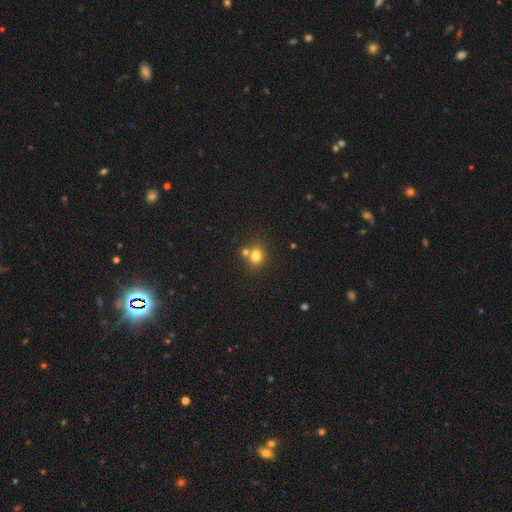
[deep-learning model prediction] Smooth or featured? smooth (79%)
How rounded? round (75%)
Merging? none (61%)